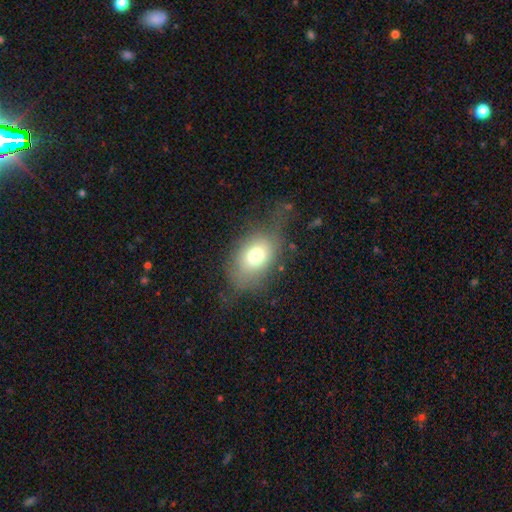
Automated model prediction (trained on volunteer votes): This appears to be a smooth galaxy with no disk features (71%) that is in between round and cigar-shaped (72%). Merging: none (49%).